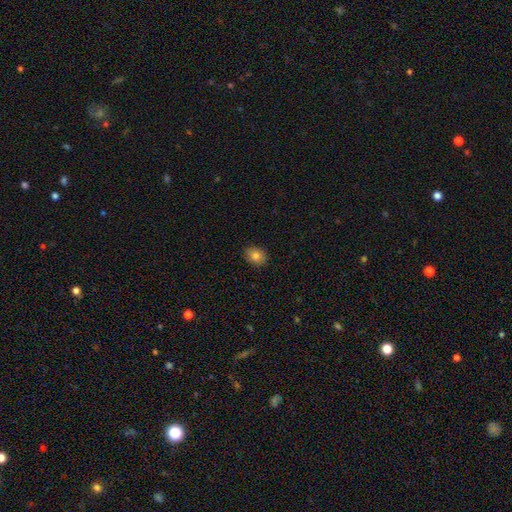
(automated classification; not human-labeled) smooth 83%, star or artifact 10%, featured or disk 7%. Down the decision tree: how rounded — in between (54%); merging — none (88%).